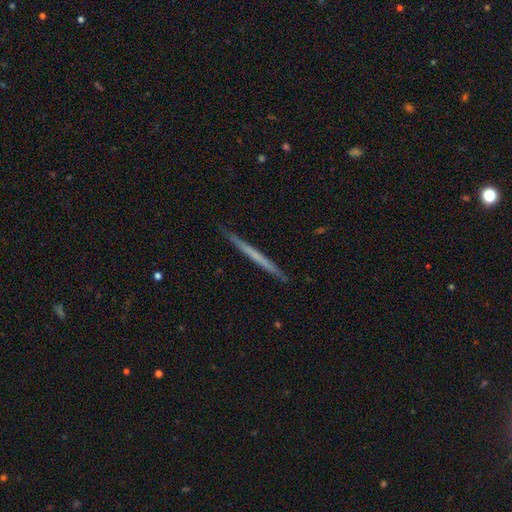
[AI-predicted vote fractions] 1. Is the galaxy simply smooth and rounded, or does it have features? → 49% featured or disk, 46% smooth, 5% star or artifact.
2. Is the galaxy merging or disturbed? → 91% none, 6% minor disturbance, 1% major disturbance, 1% merger.